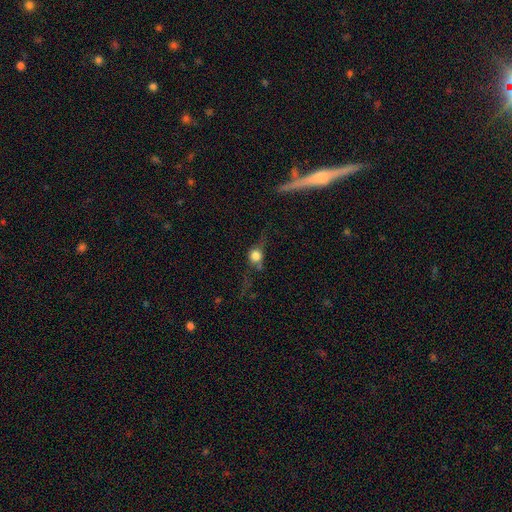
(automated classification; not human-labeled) smooth_or_featured: smooth (p=0.53) [alt: featured or disk p=0.32]
how_rounded: round (p=0.74) [alt: in between p=0.19]
merging: none (p=0.52) [alt: major disturbance p=0.22]